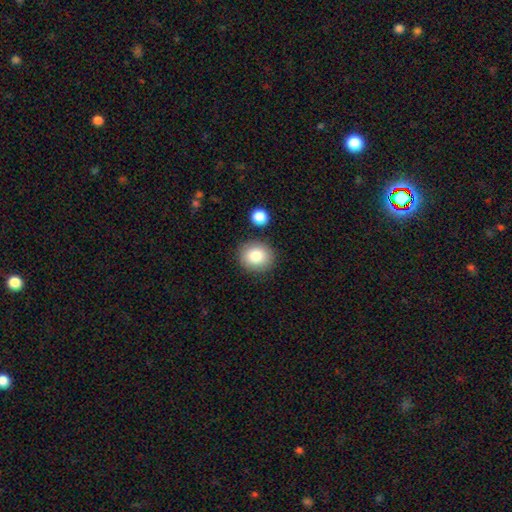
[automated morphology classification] smooth-or-featured: smooth: 84% | star or artifact: 8% | featured or disk: 8%
  how-rounded: round: 77% | in between: 22% | cigar-shaped: 1%
  merging: none: 84% | minor disturbance: 8% | merger: 5% | major disturbance: 3%